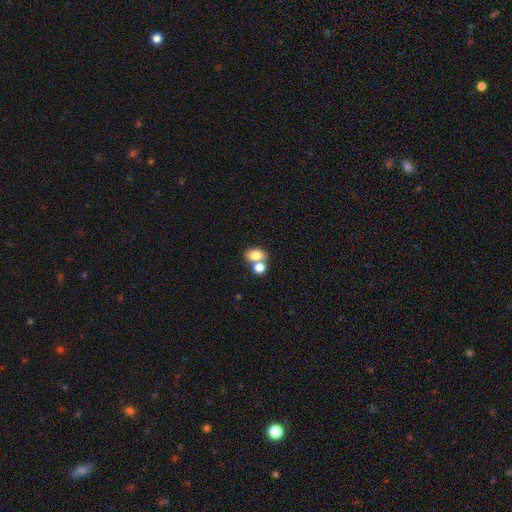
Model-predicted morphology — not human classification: type=smooth (79%); roundness=in between (66%); merging=merger (50%).